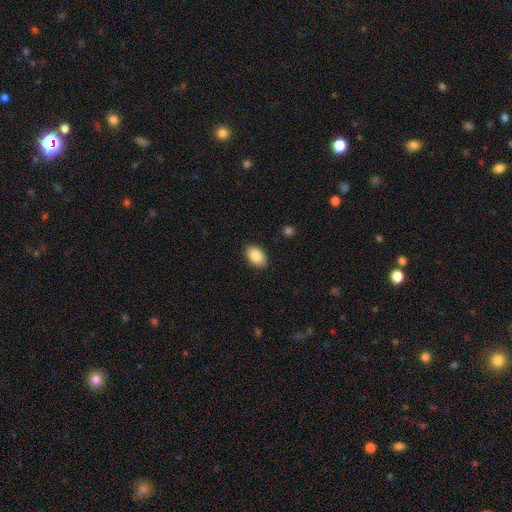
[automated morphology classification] type=smooth (88%); roundness=in between (91%); merging=none (89%).